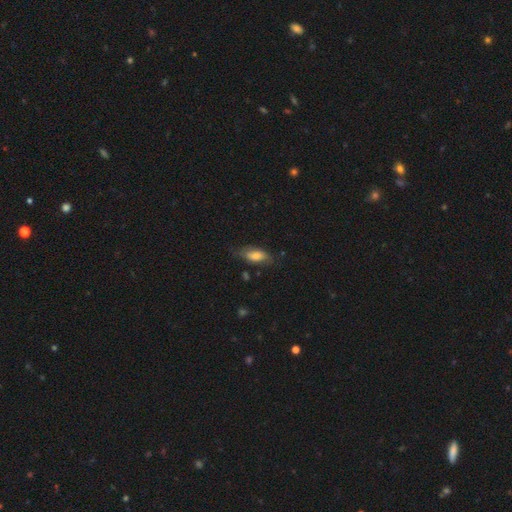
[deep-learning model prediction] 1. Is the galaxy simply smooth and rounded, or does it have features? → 66% smooth, 26% featured or disk, 8% star or artifact.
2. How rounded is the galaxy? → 81% in between, 15% cigar-shaped, 3% round.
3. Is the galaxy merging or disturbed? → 61% none, 28% minor disturbance, 10% major disturbance, 2% merger.